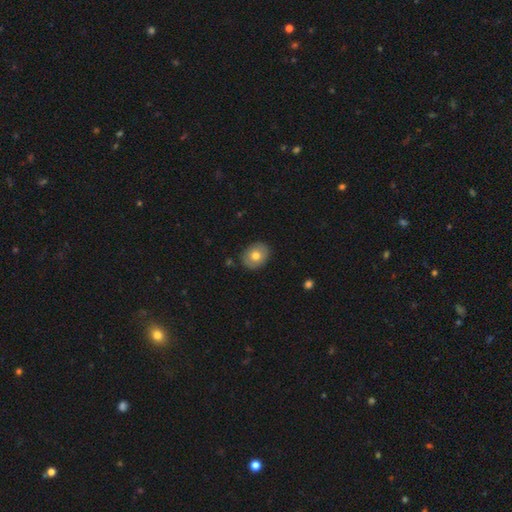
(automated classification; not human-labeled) smooth 74%, featured or disk 19%, star or artifact 8%. Down the decision tree: how rounded — round (52%); merging — none (87%).